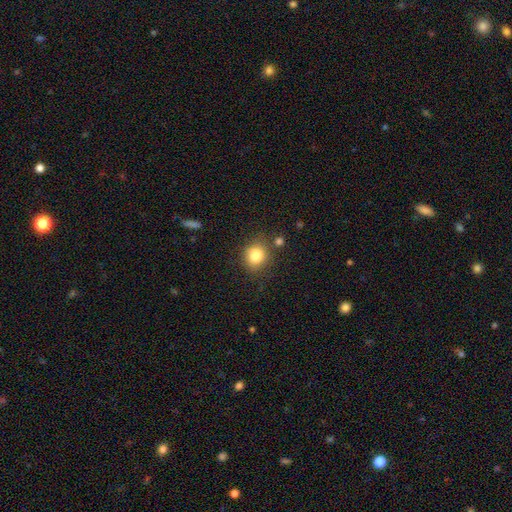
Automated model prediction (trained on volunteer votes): A smooth galaxy with no disk features (82%) that is round (79%). Merging: none (78%).